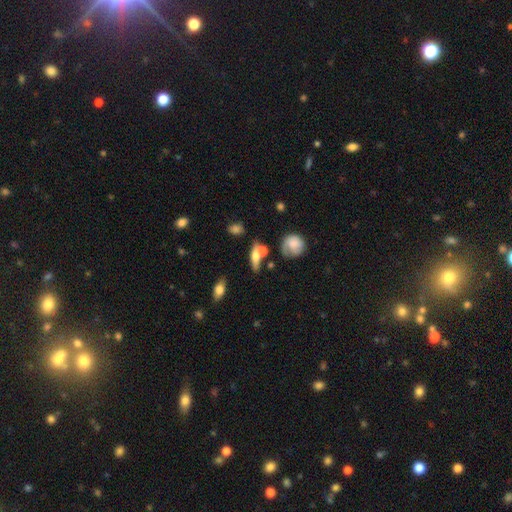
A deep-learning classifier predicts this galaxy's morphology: Smooth or featured? Predicted: smooth (p=0.53). How rounded? Predicted: in between (p=0.48). Merging? Predicted: none (p=0.51).